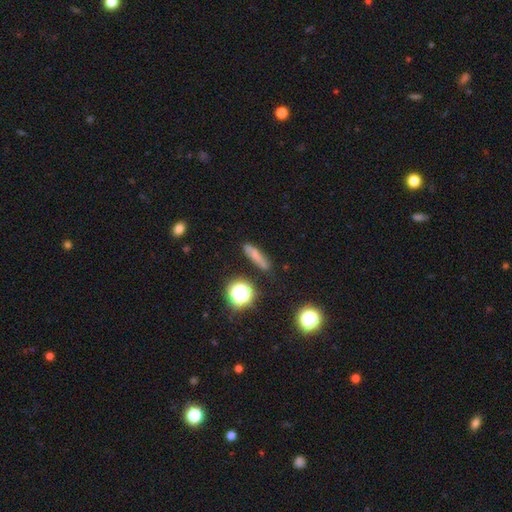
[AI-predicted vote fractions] This appears to be a smooth galaxy with no disk features (64%) that is cigar-shaped (72%). Merging: none (75%).